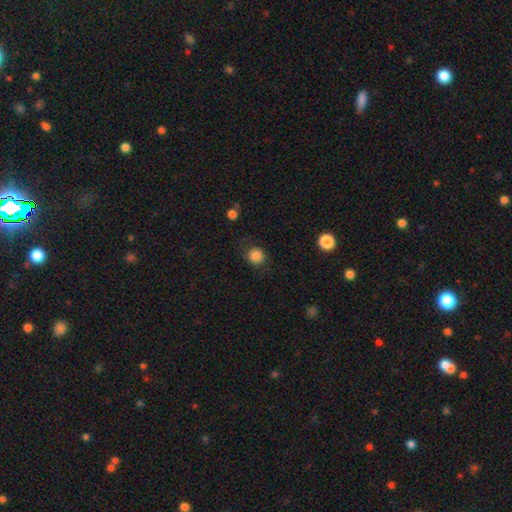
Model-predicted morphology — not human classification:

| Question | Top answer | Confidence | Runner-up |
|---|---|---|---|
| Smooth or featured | smooth | 85% | star or artifact (11%) |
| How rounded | round | 88% | in between (11%) |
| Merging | none | 80% | minor disturbance (13%) |